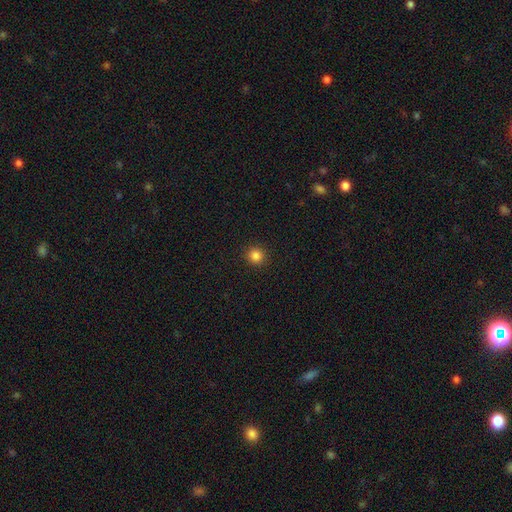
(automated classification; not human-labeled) smooth 84%, star or artifact 12%, featured or disk 4%. Down the decision tree: how rounded — round (92%); merging — none (93%).